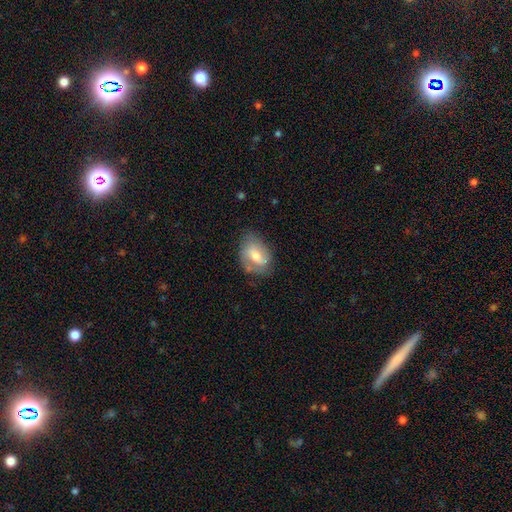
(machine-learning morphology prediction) Q: Smooth or featured?
A: smooth (49%); runner-up: featured or disk (44%)
Q: Merging?
A: none (63%); runner-up: minor disturbance (27%)